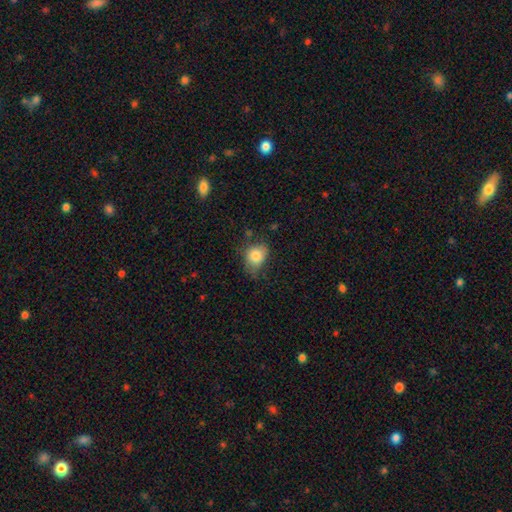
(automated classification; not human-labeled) Q: Smooth or featured?
A: smooth (82%); runner-up: featured or disk (9%)
Q: How rounded?
A: in between (59%); runner-up: round (40%)
Q: Merging?
A: none (52%); runner-up: minor disturbance (34%)